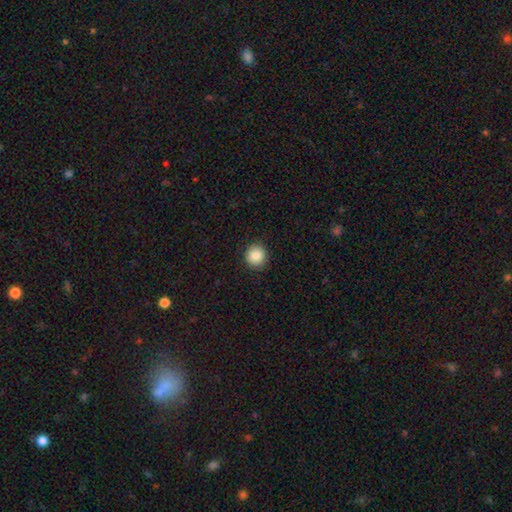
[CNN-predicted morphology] smooth 88%, star or artifact 9%, featured or disk 3%. Down the decision tree: how rounded — round (91%); merging — none (91%).